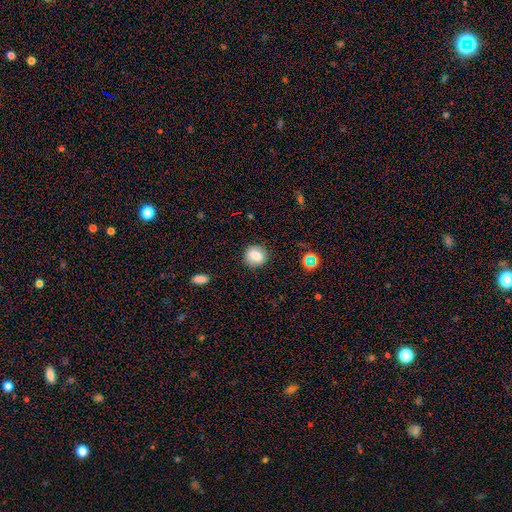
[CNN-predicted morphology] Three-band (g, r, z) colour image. It shows a smooth galaxy with no disk features (78%) that is round (83%). Merging: none (84%).